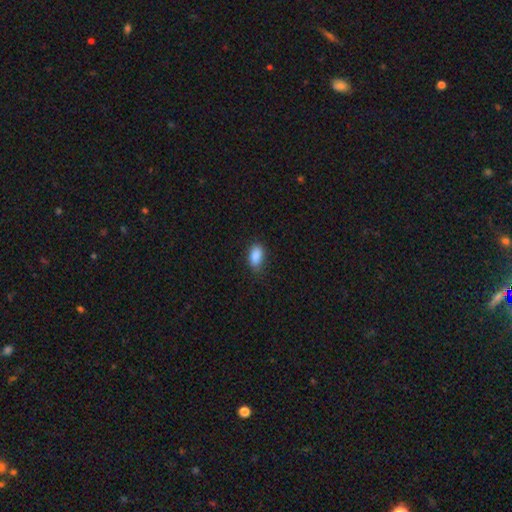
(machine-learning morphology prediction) Smooth or featured? smooth (88%)
How rounded? in between (90%)
Merging? none (78%)